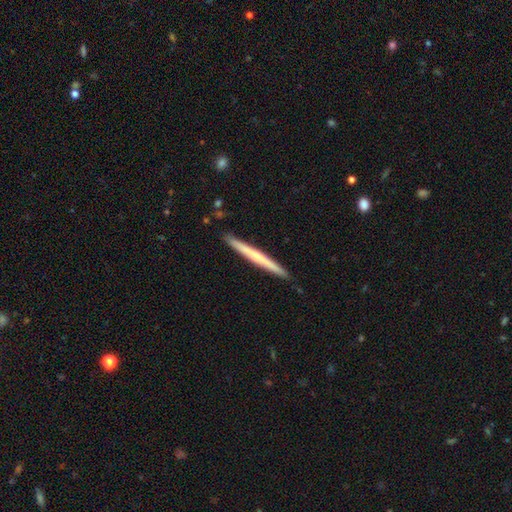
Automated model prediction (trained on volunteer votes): smooth_or_featured: featured or disk (p=0.53) [alt: smooth p=0.40]
disk_edge_on: yes (p=0.97) [alt: no p=0.03]
edge_on_bulge: none (p=0.65) [alt: rounded p=0.29]
merging: none (p=0.88) [alt: minor disturbance p=0.09]